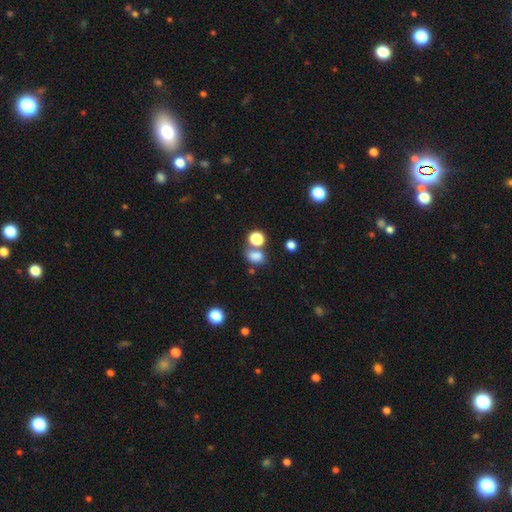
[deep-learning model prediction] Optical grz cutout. It shows a smooth galaxy with no disk features (77%) that is in between round and cigar-shaped (60%). Merging: none (50%).